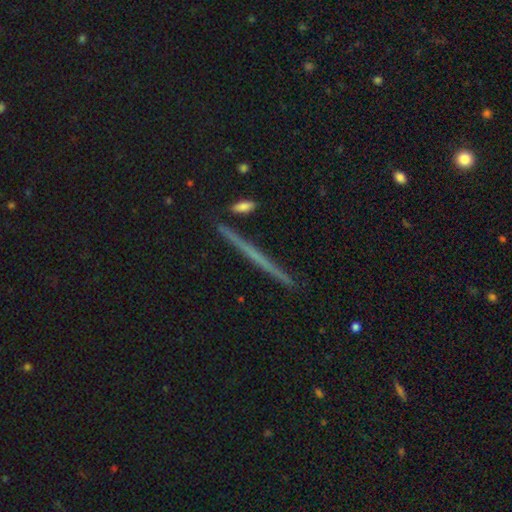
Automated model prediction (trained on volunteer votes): This is possibly a featured or disk galaxy (53%). It is clearly viewed edge-on (97%). Edge-on bulge: clearly none (85%). Merging: clearly none (91%).